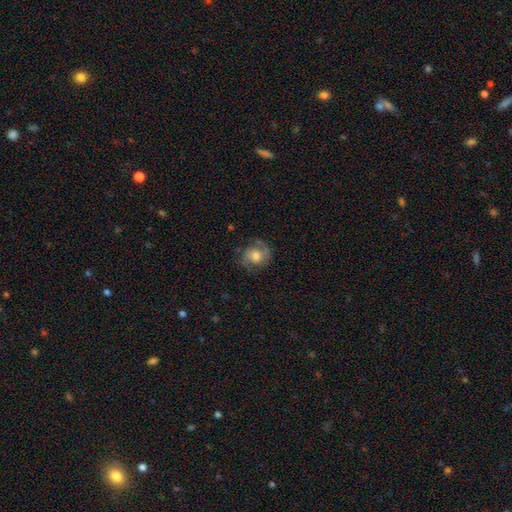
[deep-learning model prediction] A featured or disk galaxy (53%) with no bar (71%), spiral arms (84%) and a moderate central bulge (55%). Merging: none (66%).